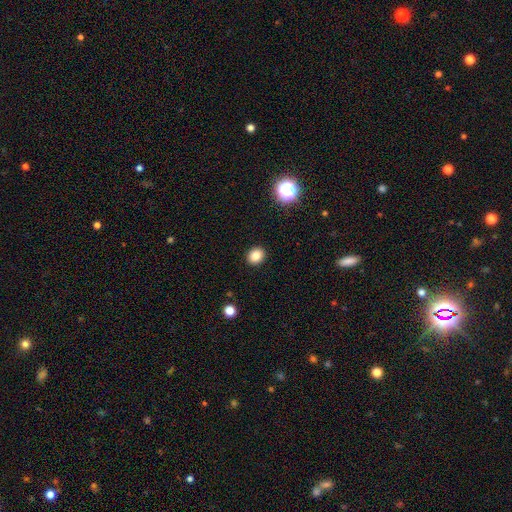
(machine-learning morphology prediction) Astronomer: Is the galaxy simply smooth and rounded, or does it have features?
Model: smooth — 83%.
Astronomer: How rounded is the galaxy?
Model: round — 67%.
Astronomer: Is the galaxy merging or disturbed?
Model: none — 92%.